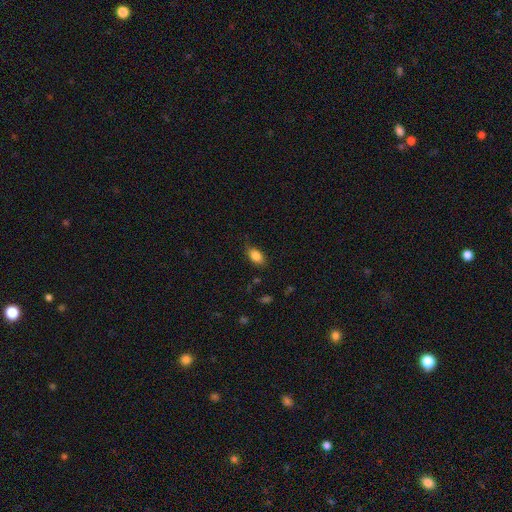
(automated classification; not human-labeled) A smooth galaxy with no disk features (85%) that is in between round and cigar-shaped (89%). Merging: none (82%).